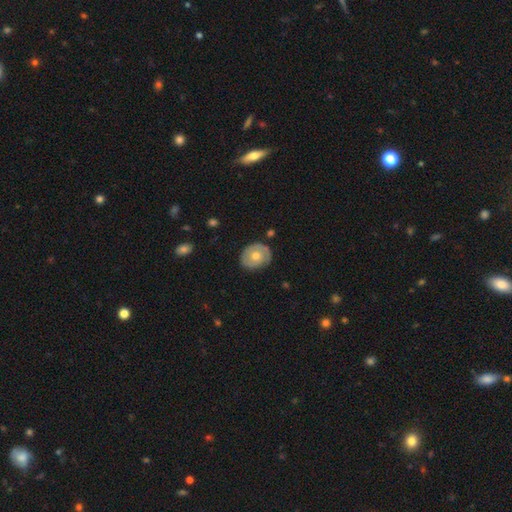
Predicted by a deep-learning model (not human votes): featured or disk 55%, smooth 39%, star or artifact 6%. Down the decision tree: edge-on disk — no (95%); bar — no (85%); spiral arms — yes (53%); bulge size — moderate (76%); merging — none (78%).